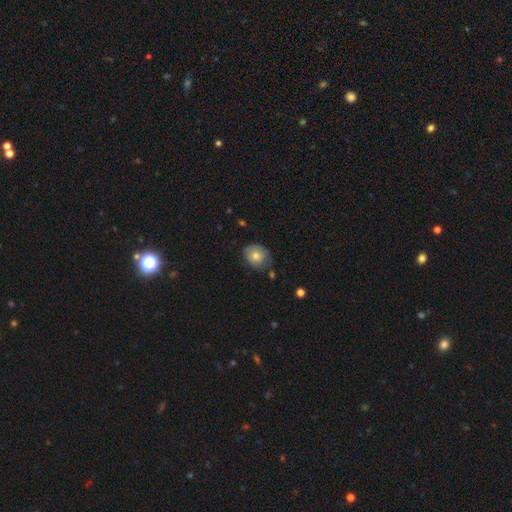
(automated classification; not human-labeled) A smooth galaxy with no disk features (72%) that is round (70%).

Vote fractions:
- Smooth or featured? smooth: 72% / featured or disk: 20% / star or artifact: 8%
- How rounded? round: 70% / in between: 29% / cigar-shaped: 1%
- Merging? none: 67% / minor disturbance: 25% / major disturbance: 5% / merger: 3%